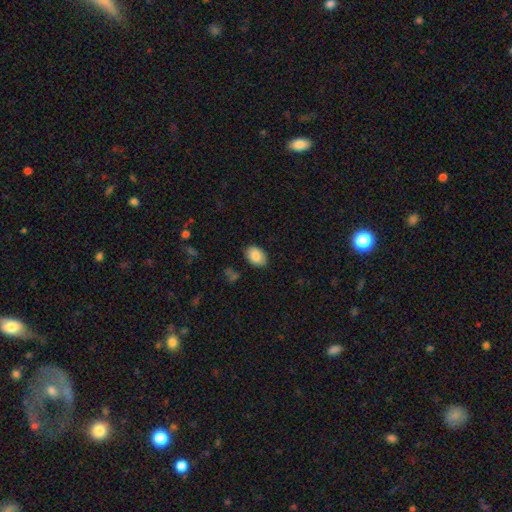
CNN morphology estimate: Smooth or featured?
  - smooth: 88% *
  - star or artifact: 7%
  - featured or disk: 5%
How rounded?
  - in between: 85% *
  - round: 14%
  - cigar-shaped: 1%
Merging?
  - none: 85% *
  - minor disturbance: 11%
  - major disturbance: 2%
  - merger: 2%